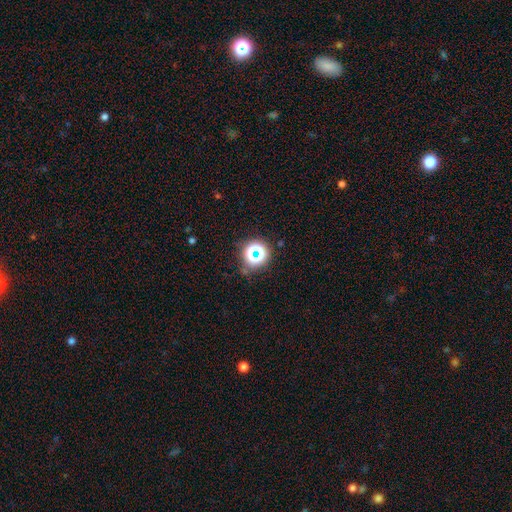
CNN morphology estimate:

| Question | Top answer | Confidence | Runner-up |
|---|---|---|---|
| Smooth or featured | star or artifact | 58% | smooth (32%) |